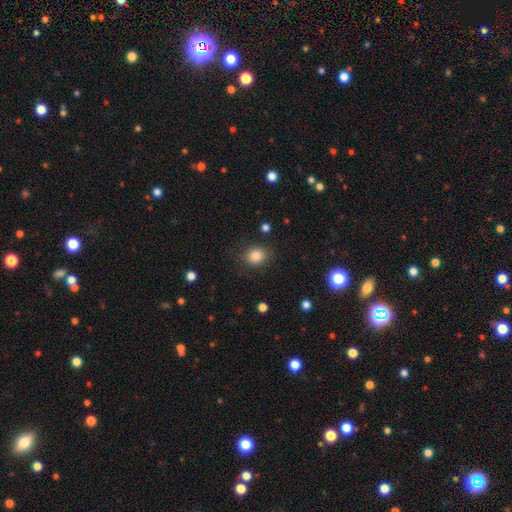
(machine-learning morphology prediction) A smooth galaxy with no disk features (85%) that is round (67%). Merging: none (83%).